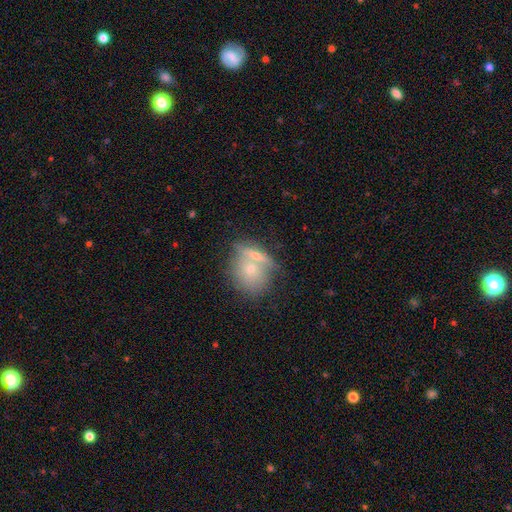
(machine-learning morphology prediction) smooth 61%, featured or disk 30%, star or artifact 9%. Down the decision tree: how rounded — round (58%); merging — merger (46%).